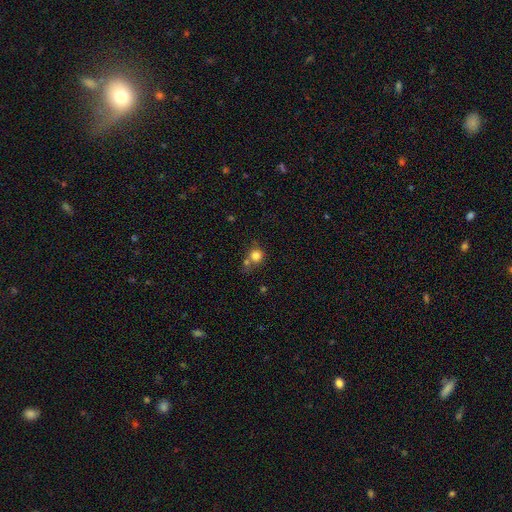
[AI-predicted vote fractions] Smooth or featured?
  - smooth: 80% *
  - star or artifact: 12%
  - featured or disk: 8%
How rounded?
  - round: 86% *
  - in between: 13%
  - cigar-shaped: 1%
Merging?
  - none: 50% *
  - merger: 30%
  - minor disturbance: 14%
  - major disturbance: 7%